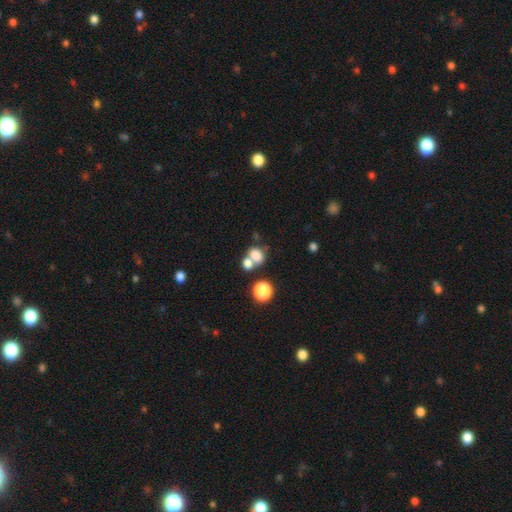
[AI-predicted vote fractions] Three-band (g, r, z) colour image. It shows a smooth galaxy with no disk features (75%) that is in between round and cigar-shaped (52%). Merging: merger (52%).